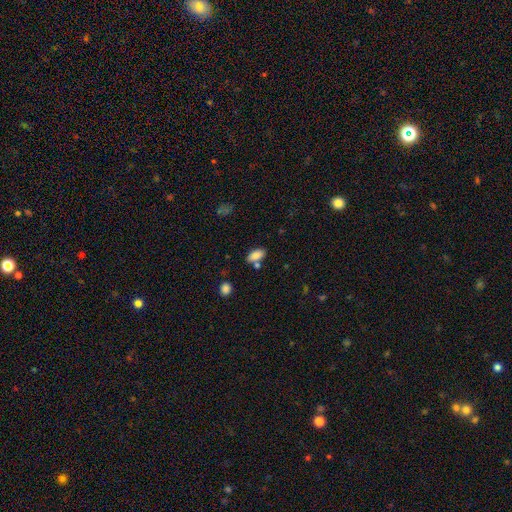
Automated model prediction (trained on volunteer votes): Smooth or featured? Predicted: smooth (p=0.85). How rounded? Predicted: in between (p=0.91). Merging? Predicted: none (p=0.64).